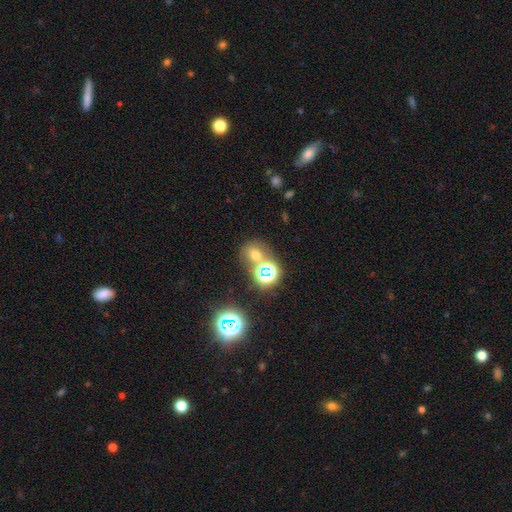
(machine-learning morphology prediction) Smooth or featured? smooth (52%)
How rounded? round (66%)
Merging? none (56%)